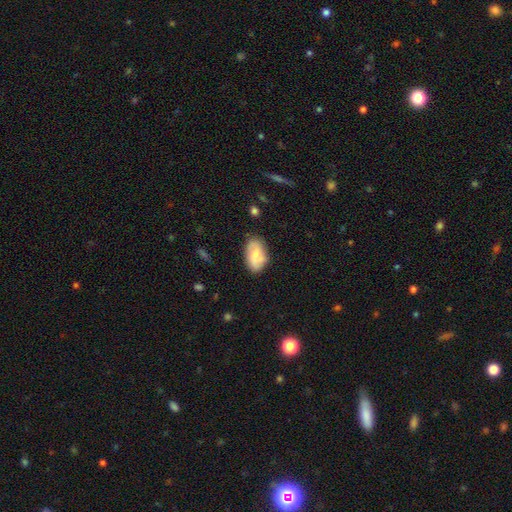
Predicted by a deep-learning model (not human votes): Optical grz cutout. It shows a smooth galaxy with no disk features (60%) that is in between round and cigar-shaped (91%). Merging: none (76%).